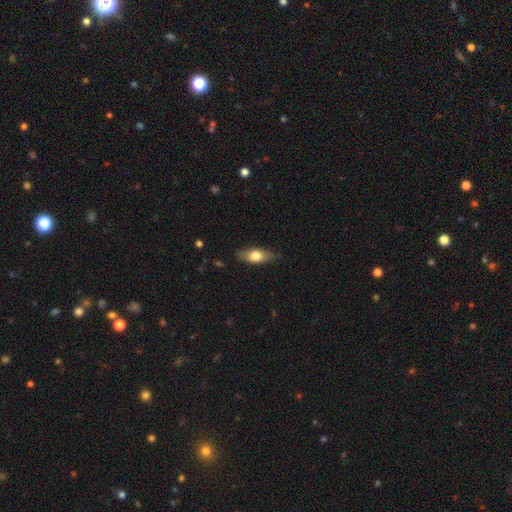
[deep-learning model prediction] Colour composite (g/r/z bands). It shows a smooth galaxy with no disk features (62%) that is in between round and cigar-shaped (73%). Merging: none (80%).